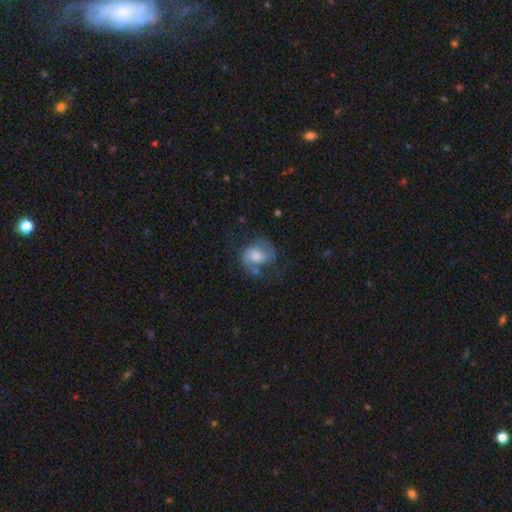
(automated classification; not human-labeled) Morphology: type=featured or disk (55%); edge-on=no (97%); bar=no (53%); spiral arms=yes (84%); bulge=moderate (43%); merging=none (53%).